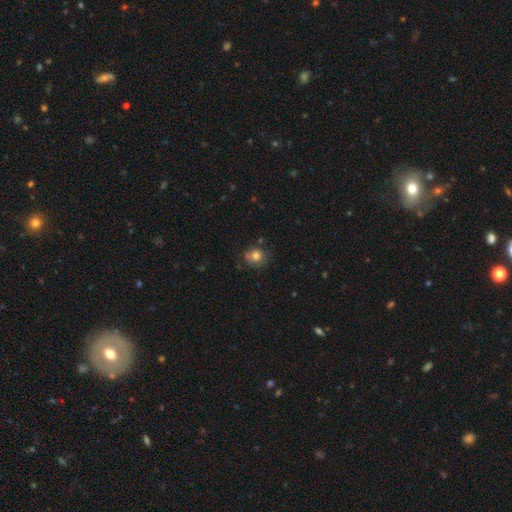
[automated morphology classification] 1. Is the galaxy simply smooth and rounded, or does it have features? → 79% smooth, 11% star or artifact, 10% featured or disk.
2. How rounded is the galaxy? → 81% round, 19% in between, 1% cigar-shaped.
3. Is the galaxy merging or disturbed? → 69% none, 21% minor disturbance, 6% major disturbance, 4% merger.